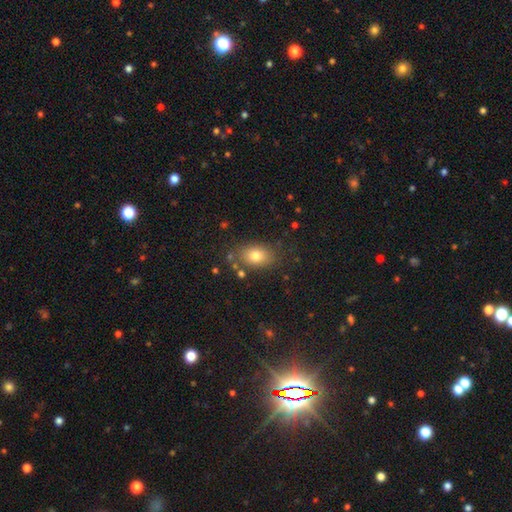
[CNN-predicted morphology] This is likely a smooth galaxy (77%). How rounded: clearly in between (80%). Merging: likely none (79%).